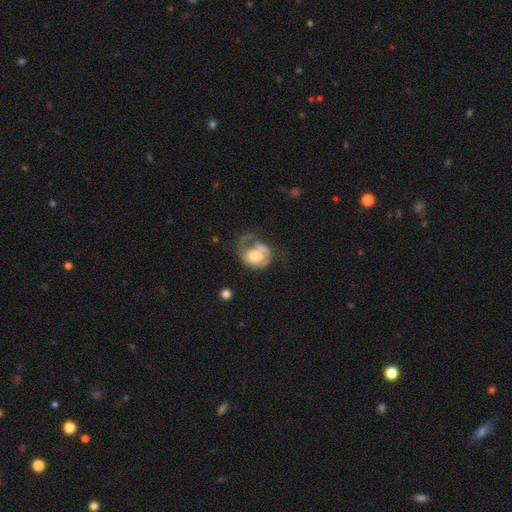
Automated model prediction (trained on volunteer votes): The model was most divided on "bulge size": large: 42%, moderate: 39%, small: 9%, dominant: 5%, none: 5%. Remaining: edge-on disk — no (98%); bar — no (77%); spiral arms — yes (71%); smooth or featured — featured or disk (54%); merging — major disturbance (45%).